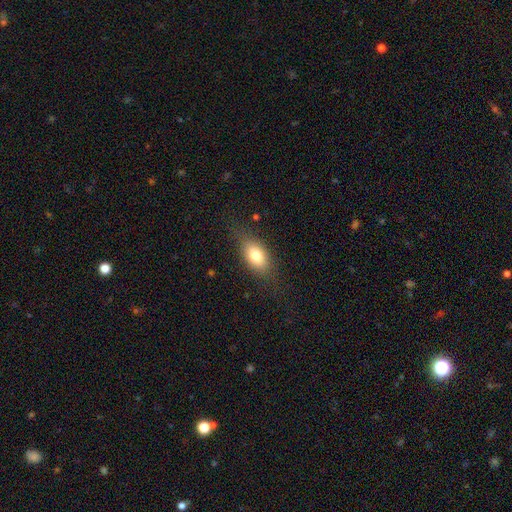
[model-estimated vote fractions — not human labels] Smooth or featured: smooth — 76% (featured or disk — 16%)
How rounded: in between — 84% (round — 12%)
Merging: none — 76% (minor disturbance — 16%)